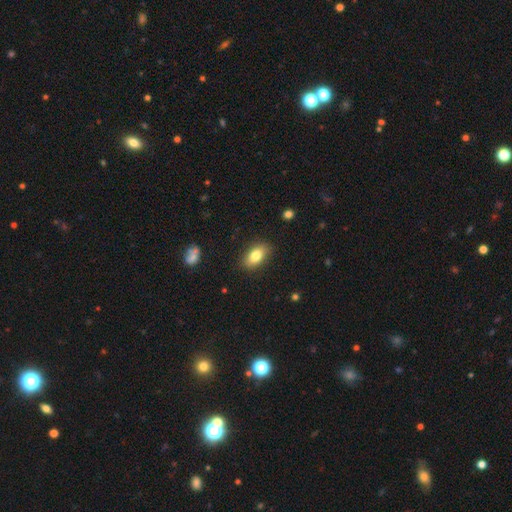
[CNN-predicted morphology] A smooth galaxy with no disk features (82%) that is in between round and cigar-shaped (90%). Merging: none (86%).